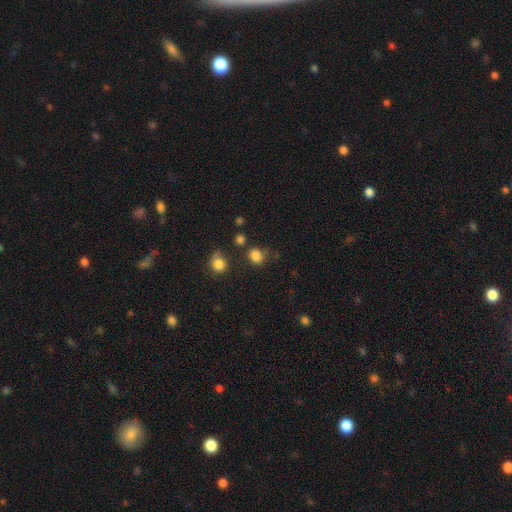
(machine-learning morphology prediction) A smooth galaxy with no disk features (82%) that is round (58%).

Vote fractions:
- Smooth or featured? smooth: 82% / star or artifact: 13% / featured or disk: 5%
- How rounded? round: 58% / in between: 41% / cigar-shaped: 1%
- Merging? none: 67% / minor disturbance: 17% / merger: 9% / major disturbance: 7%